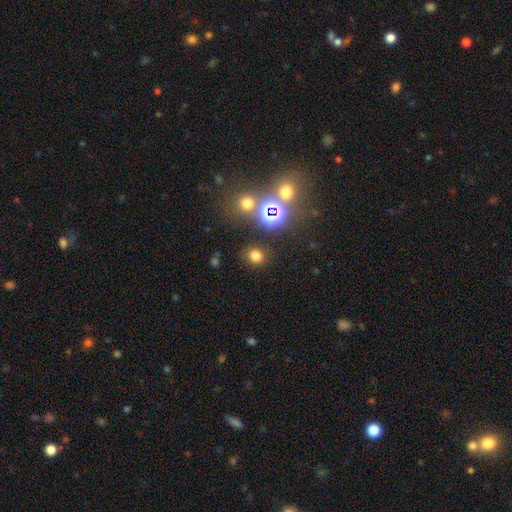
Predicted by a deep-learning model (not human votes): smooth_or_featured: smooth (p=0.72) [alt: star or artifact p=0.22]
how_rounded: round (p=0.81) [alt: in between p=0.18]
merging: none (p=0.85) [alt: minor disturbance p=0.08]